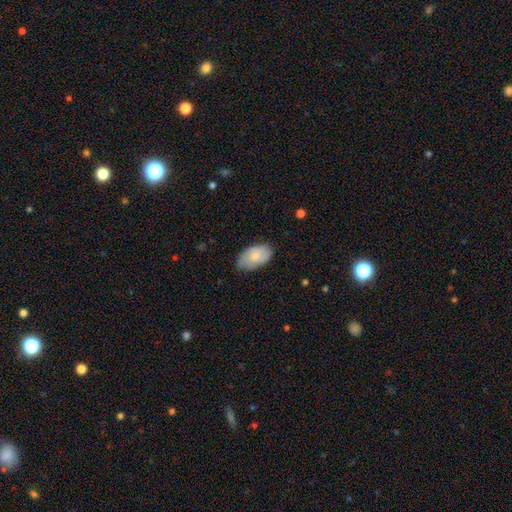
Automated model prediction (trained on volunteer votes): This appears to be a smooth galaxy with no disk features (73%) that is in between round and cigar-shaped (94%). Merging: none (71%).